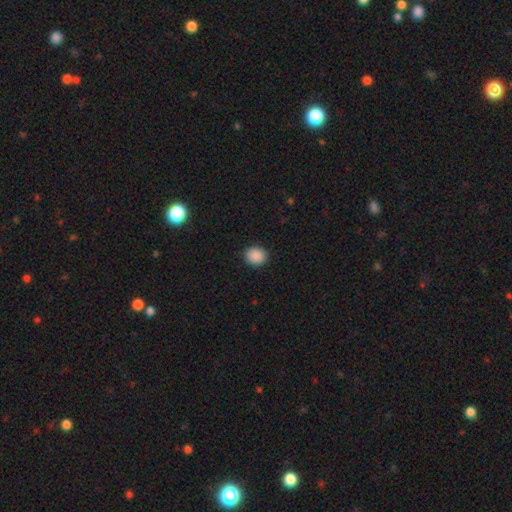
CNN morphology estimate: This appears to be a smooth galaxy with no disk features (89%) that is round (72%). Merging: none (91%).